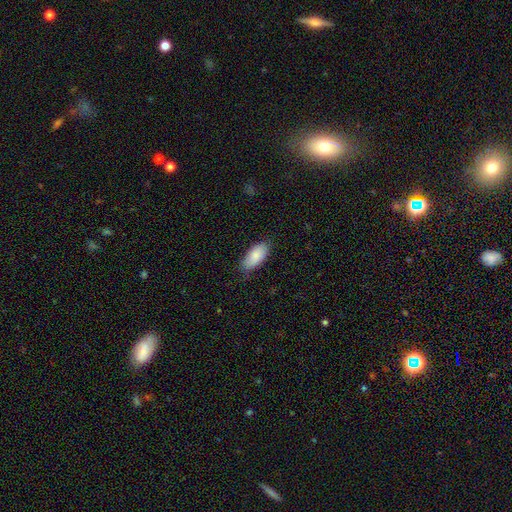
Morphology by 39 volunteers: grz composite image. It shows a smooth galaxy with no disk features (77%) that is in between round and cigar-shaped (93%). Merging: none (86%).